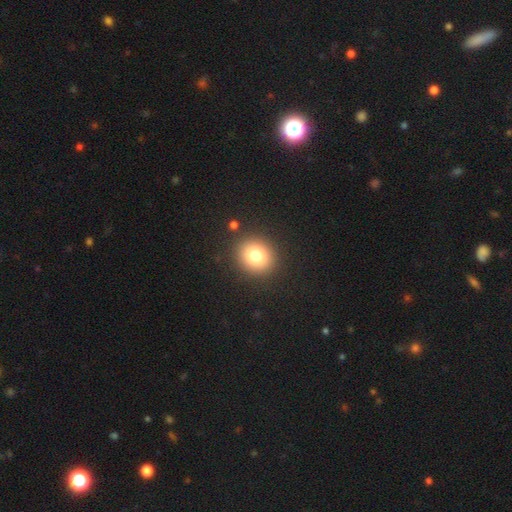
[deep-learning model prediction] This appears to be a smooth galaxy with no disk features (79%) that is round (82%). Merging: none (89%).